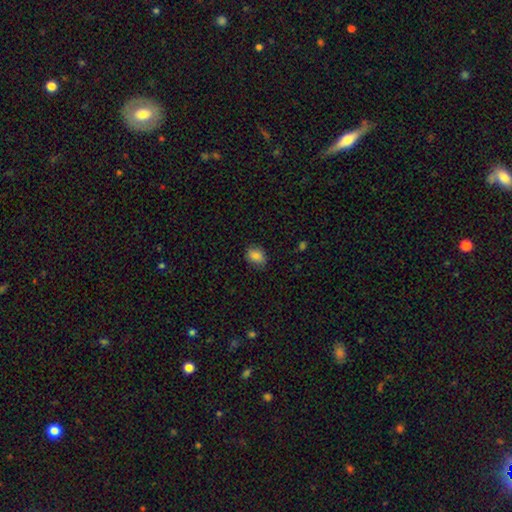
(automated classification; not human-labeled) Q: Smooth or featured?
A: smooth (83%); runner-up: star or artifact (9%)
Q: How rounded?
A: in between (64%); runner-up: round (35%)
Q: Merging?
A: none (80%); runner-up: minor disturbance (16%)